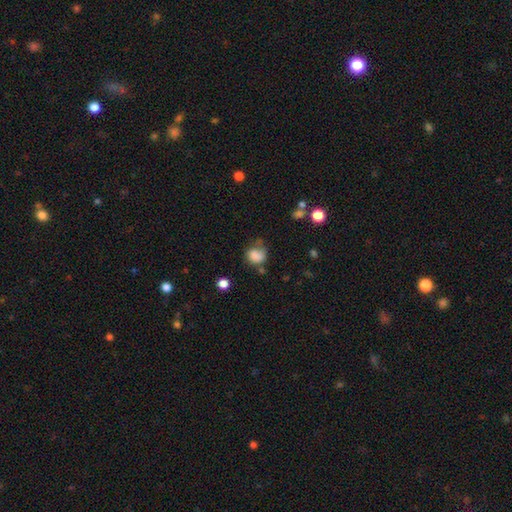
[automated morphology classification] Smooth or featured?
  - smooth: 79% *
  - star or artifact: 11%
  - featured or disk: 10%
How rounded?
  - round: 62% *
  - in between: 37%
  - cigar-shaped: 1%
Merging?
  - none: 43% *
  - minor disturbance: 30%
  - major disturbance: 18%
  - merger: 9%